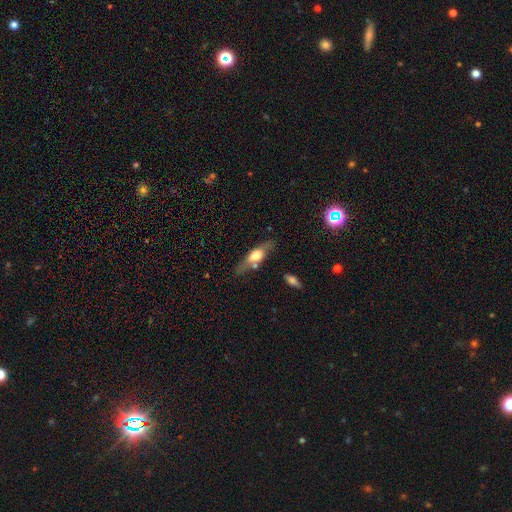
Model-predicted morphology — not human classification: smooth-or-featured: featured or disk: 51% | smooth: 42% | star or artifact: 7%
  disk-edge-on: yes: 84% | no: 16%
  merging: none: 69% | minor disturbance: 18% | merger: 8% | major disturbance: 6%